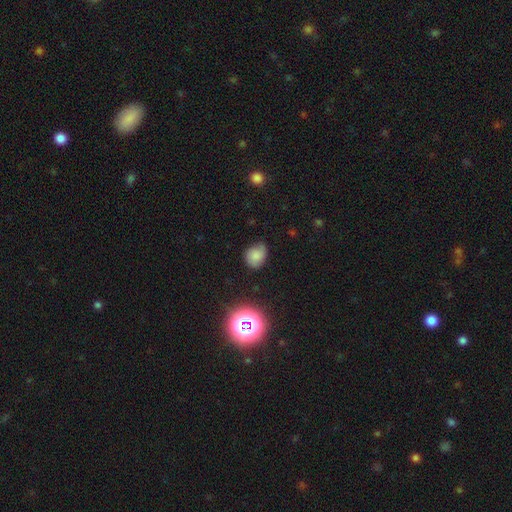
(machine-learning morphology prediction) smooth_or_featured: smooth (p=0.73) [alt: star or artifact p=0.16]
how_rounded: round (p=0.57) [alt: in between p=0.42]
merging: none (p=0.62) [alt: minor disturbance p=0.29]